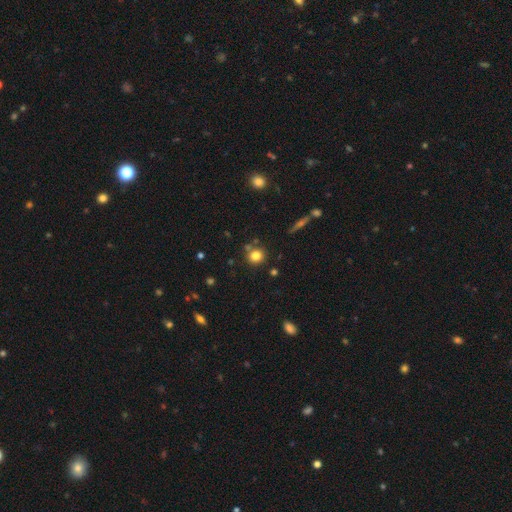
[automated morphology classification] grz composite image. It shows a smooth galaxy with no disk features (80%) that is round (88%). Merging: none (77%).